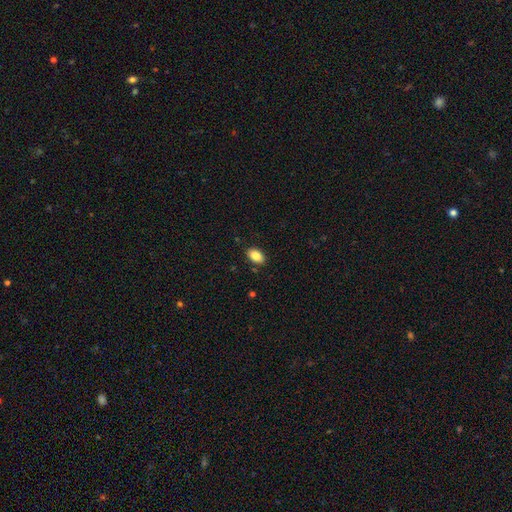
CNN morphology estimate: A smooth galaxy with no disk features (85%) that is in between round and cigar-shaped (90%). Merging: none (88%).